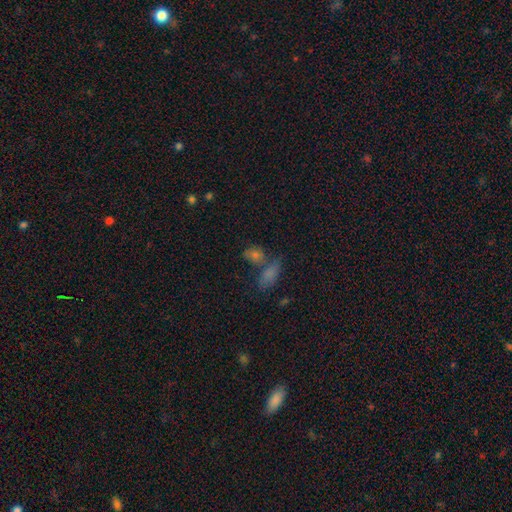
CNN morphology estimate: smooth_or_featured: smooth (p=0.46) [alt: star or artifact p=0.35]
merging: none (p=0.47) [alt: merger p=0.35]